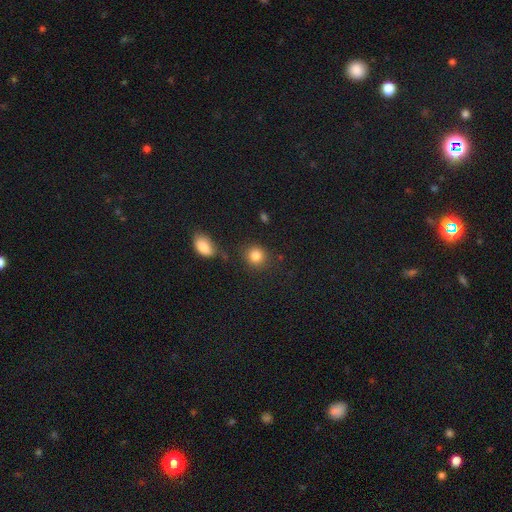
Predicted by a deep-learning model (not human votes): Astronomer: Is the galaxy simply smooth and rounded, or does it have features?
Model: smooth — 84%.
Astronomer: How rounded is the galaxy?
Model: round — 83%.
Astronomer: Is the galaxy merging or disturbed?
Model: none — 79%.